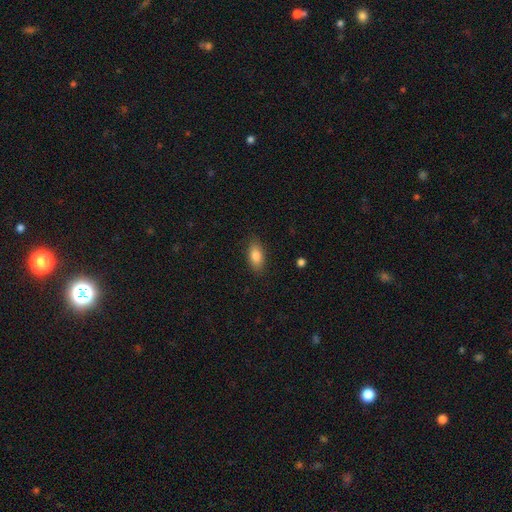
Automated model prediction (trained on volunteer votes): This is clearly a smooth galaxy (84%). How rounded: clearly in between (88%). Merging: clearly none (86%).